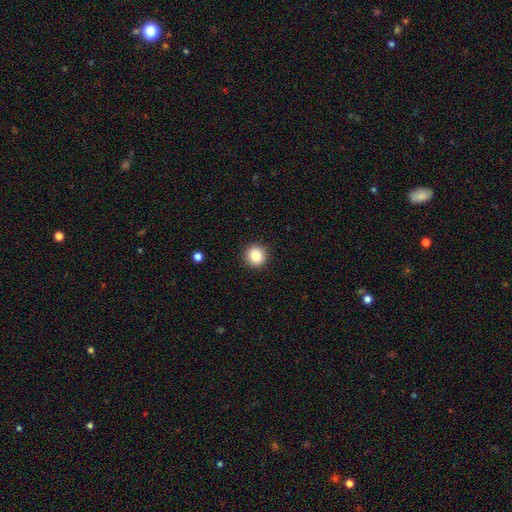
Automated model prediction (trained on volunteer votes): Smooth or featured?
  - smooth: 84% *
  - star or artifact: 10%
  - featured or disk: 6%
How rounded?
  - round: 94% *
  - in between: 5%
  - cigar-shaped: 1%
Merging?
  - none: 92% *
  - minor disturbance: 5%
  - major disturbance: 2%
  - merger: 1%